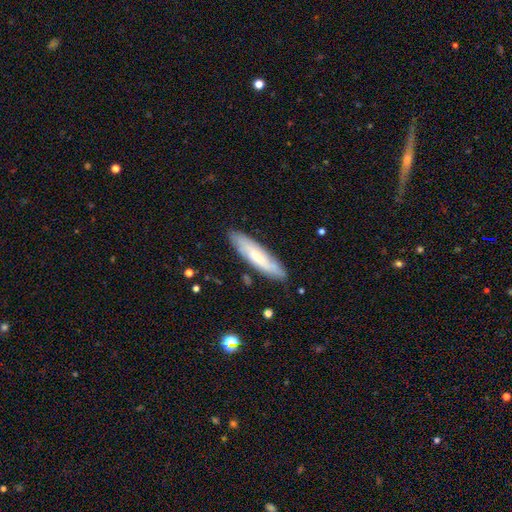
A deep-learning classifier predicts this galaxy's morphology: type=smooth (58%); roundness=cigar-shaped (79%); merging=none (85%).